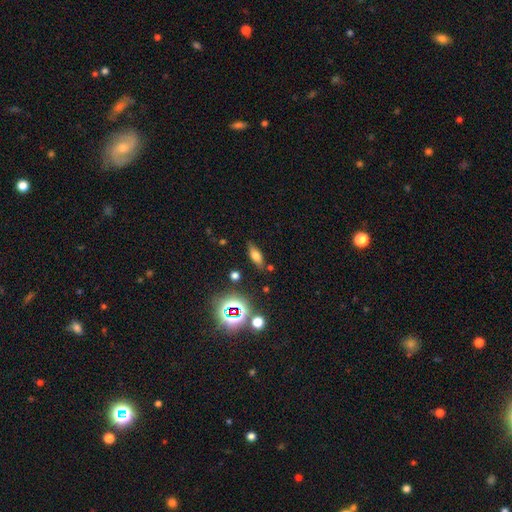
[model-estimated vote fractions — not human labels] A smooth galaxy with no disk features (62%) that is in between round and cigar-shaped (68%).

Vote fractions:
- Smooth or featured? smooth: 62% / featured or disk: 21% / star or artifact: 17%
- How rounded? in between: 68% / cigar-shaped: 26% / round: 6%
- Merging? none: 79% / minor disturbance: 13% / major disturbance: 4% / merger: 4%